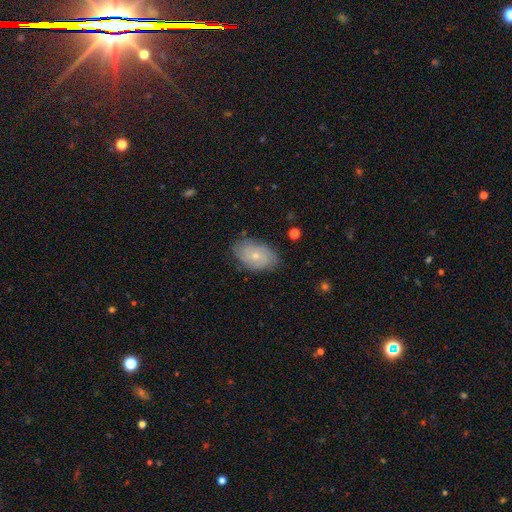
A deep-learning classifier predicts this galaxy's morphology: type=featured or disk (56%); edge-on=no (95%); bar=no (81%); spiral arms=yes (82%); bulge=small (60%); merging=none (77%).